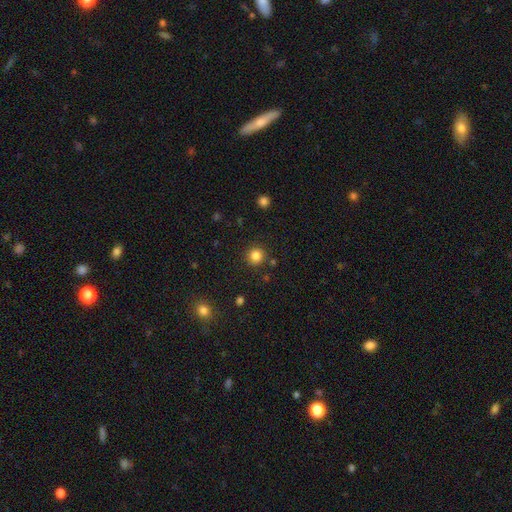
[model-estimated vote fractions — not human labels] This appears to be a smooth galaxy with no disk features (84%) that is round (94%). Merging: none (89%).